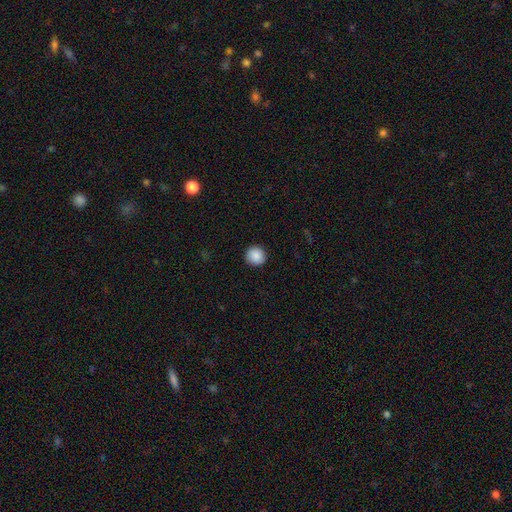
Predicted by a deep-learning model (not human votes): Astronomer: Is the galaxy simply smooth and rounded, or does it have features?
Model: smooth — 89%.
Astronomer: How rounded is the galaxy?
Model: round — 94%.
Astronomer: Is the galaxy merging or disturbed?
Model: none — 92%.